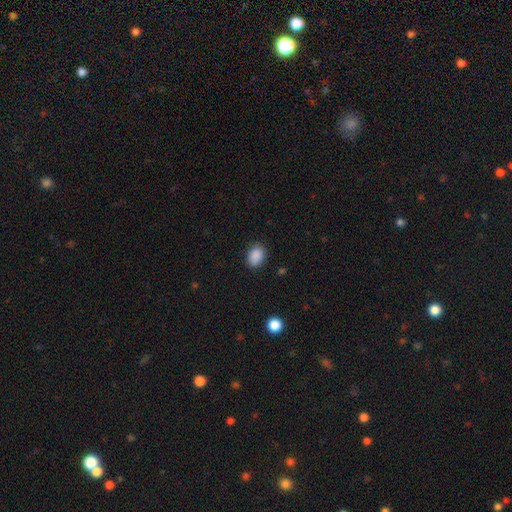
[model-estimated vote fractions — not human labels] smooth_or_featured: smooth (p=0.89) [alt: star or artifact p=0.08]
how_rounded: in between (p=0.69) [alt: round p=0.30]
merging: none (p=0.84) [alt: minor disturbance p=0.12]